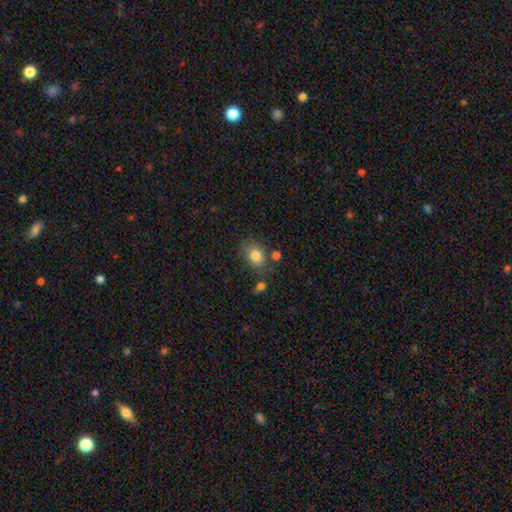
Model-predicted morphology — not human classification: Smooth or featured: smooth — 82% (star or artifact — 9%)
How rounded: in between — 72% (round — 27%)
Merging: none — 69% (minor disturbance — 17%)